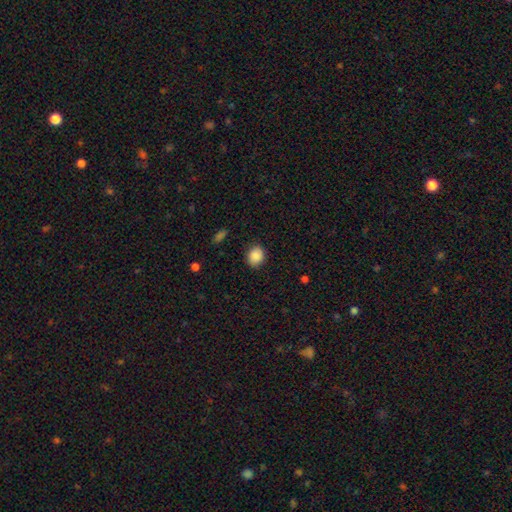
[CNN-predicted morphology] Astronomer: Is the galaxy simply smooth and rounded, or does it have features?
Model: smooth — 88%.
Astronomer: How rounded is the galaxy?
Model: round — 53% (runner-up: in between, 46%).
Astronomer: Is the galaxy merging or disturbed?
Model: none — 87%.